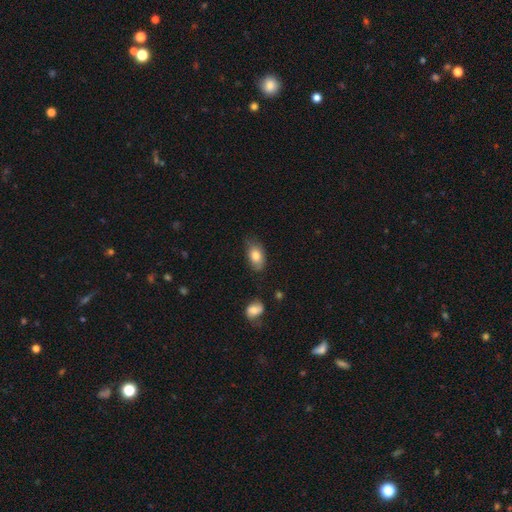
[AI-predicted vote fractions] Smooth or featured?
  - smooth: 81% *
  - featured or disk: 11%
  - star or artifact: 7%
How rounded?
  - in between: 90% *
  - round: 8%
  - cigar-shaped: 2%
Merging?
  - none: 67% *
  - minor disturbance: 26%
  - major disturbance: 5%
  - merger: 2%